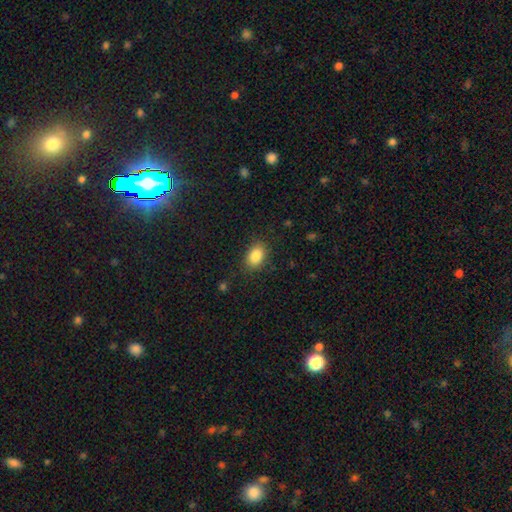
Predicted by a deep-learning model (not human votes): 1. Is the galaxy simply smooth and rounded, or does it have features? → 86% smooth, 8% star or artifact, 6% featured or disk.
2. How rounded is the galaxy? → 82% in between, 17% round, 1% cigar-shaped.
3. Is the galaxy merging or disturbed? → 84% none, 12% minor disturbance, 3% major disturbance, 1% merger.